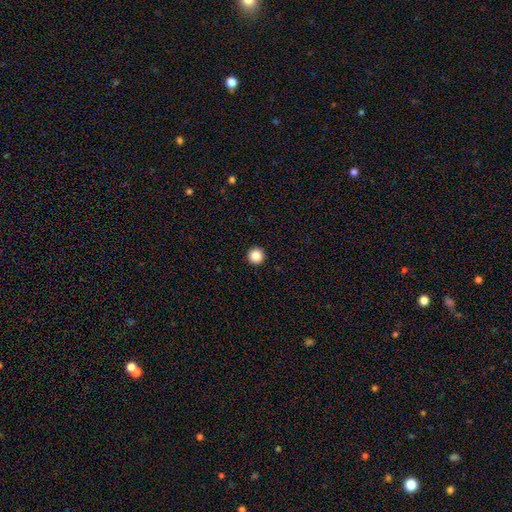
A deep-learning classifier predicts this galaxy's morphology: A smooth galaxy with no disk features (87%) that is round (97%).

Vote fractions:
- Smooth or featured? smooth: 87% / star or artifact: 10% / featured or disk: 3%
- How rounded? round: 97% / in between: 2% / cigar-shaped: 1%
- Merging? none: 94% / minor disturbance: 3% / major disturbance: 1% / merger: 1%